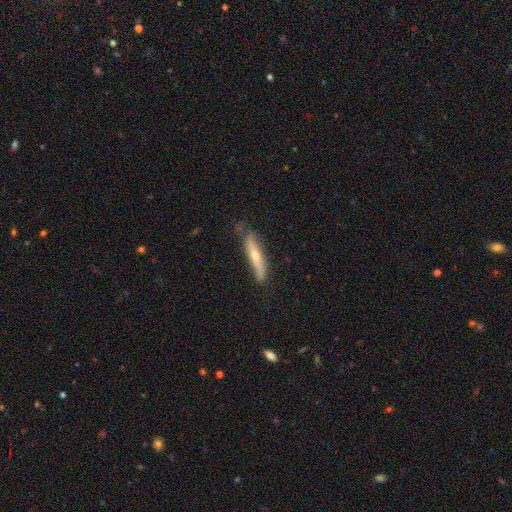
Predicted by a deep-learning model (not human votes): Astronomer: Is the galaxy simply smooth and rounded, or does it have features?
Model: featured or disk — 50% (runner-up: smooth, 44%).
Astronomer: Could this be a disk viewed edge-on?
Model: yes — 80%.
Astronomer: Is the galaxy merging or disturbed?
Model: none — 69%.